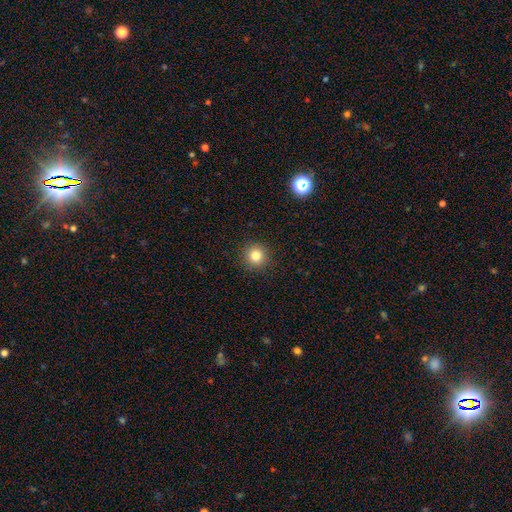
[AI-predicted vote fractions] This is clearly a smooth galaxy (82%). How rounded: clearly round (95%). Merging: clearly none (92%).